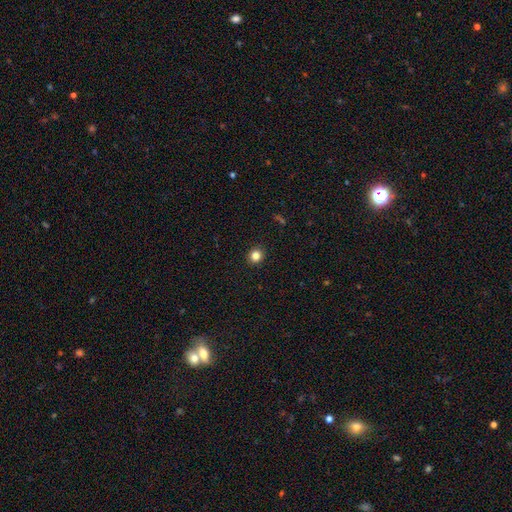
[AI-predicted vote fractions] Q: Smooth or featured?
A: smooth (82%); runner-up: star or artifact (13%)
Q: How rounded?
A: round (90%); runner-up: in between (9%)
Q: Merging?
A: none (92%); runner-up: minor disturbance (5%)